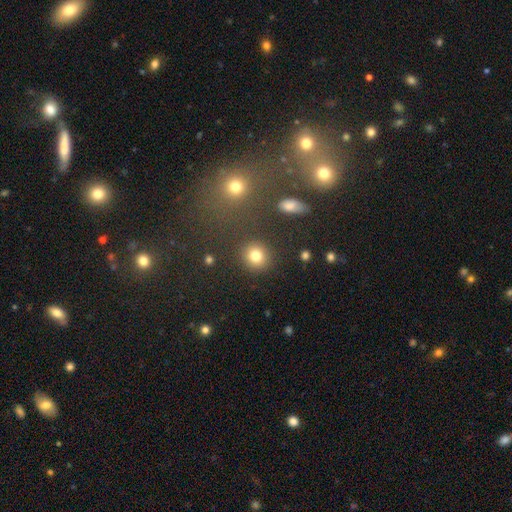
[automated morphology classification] Smooth or featured?
  - smooth: 81% *
  - star or artifact: 12%
  - featured or disk: 7%
How rounded?
  - round: 88% *
  - in between: 10%
  - cigar-shaped: 1%
Merging?
  - none: 88% *
  - minor disturbance: 6%
  - major disturbance: 3%
  - merger: 3%